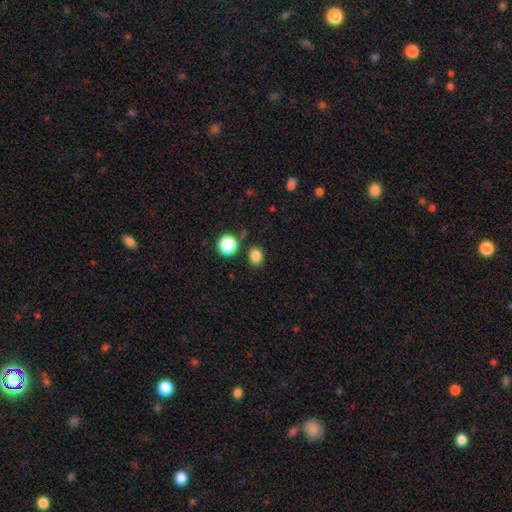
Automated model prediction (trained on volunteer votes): Morphology: type=smooth (83%); roundness=round (55%); merging=none (82%).